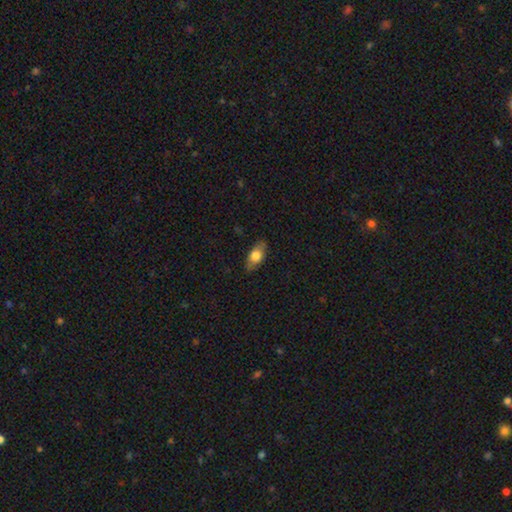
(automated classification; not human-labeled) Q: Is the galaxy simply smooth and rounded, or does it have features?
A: smooth — 69%.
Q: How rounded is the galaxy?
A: in between — 84%.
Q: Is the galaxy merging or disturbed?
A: none — 84%.